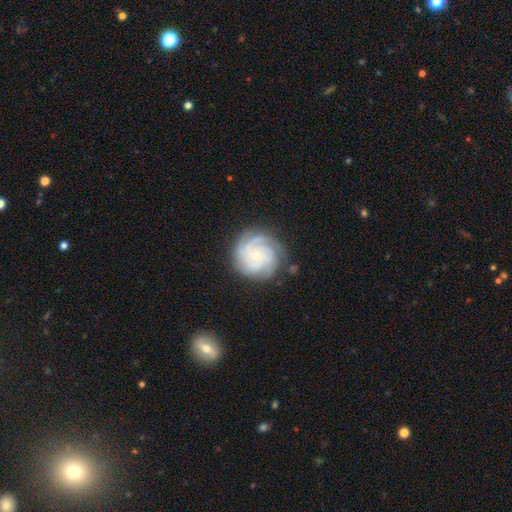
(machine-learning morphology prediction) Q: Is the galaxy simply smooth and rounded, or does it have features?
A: featured or disk — 82%.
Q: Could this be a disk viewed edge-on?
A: no — 98%.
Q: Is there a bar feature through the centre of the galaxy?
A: no — 76%.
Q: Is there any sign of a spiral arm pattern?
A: yes — 97%.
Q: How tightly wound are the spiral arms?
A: tight — 72%.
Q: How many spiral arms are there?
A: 3 — 37%.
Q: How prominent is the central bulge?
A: small — 75%.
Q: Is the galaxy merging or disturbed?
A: none — 77%.